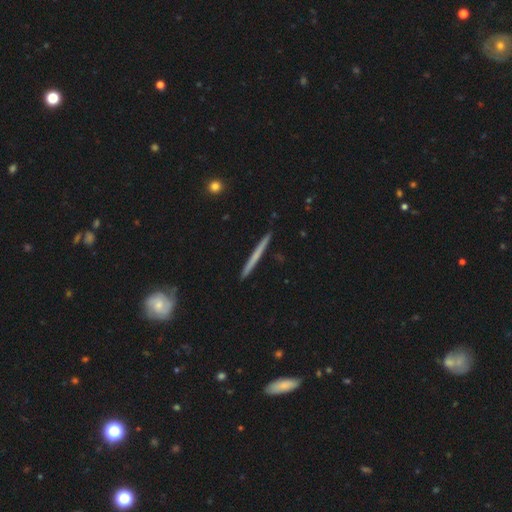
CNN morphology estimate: This appears to be a featured or disk galaxy (52%) viewed edge-on (97%) with no central bulge (88%). Merging: none (91%).